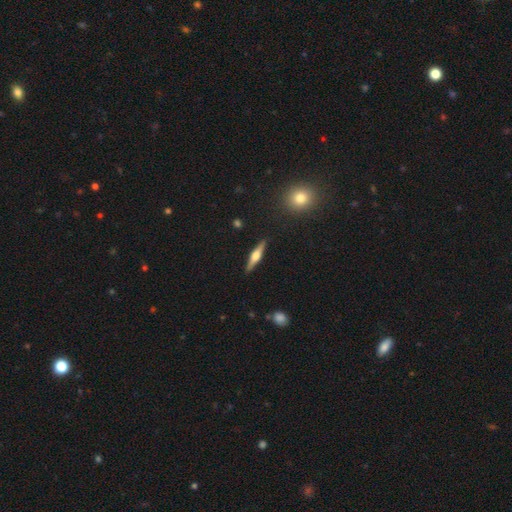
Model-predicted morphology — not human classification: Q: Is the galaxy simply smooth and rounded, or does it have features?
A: featured or disk — 68%.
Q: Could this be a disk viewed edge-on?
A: yes — 97%.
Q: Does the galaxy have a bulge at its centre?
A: rounded — 88%.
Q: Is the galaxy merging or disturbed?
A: none — 90%.